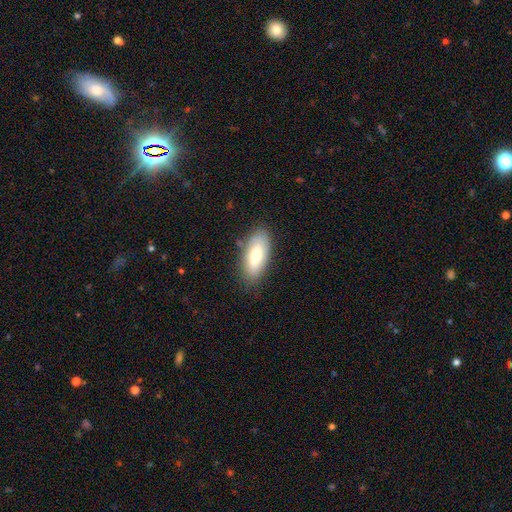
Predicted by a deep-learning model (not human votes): Q: Smooth or featured?
A: smooth (72%); runner-up: featured or disk (21%)
Q: How rounded?
A: in between (85%); runner-up: cigar-shaped (13%)
Q: Merging?
A: none (81%); runner-up: minor disturbance (14%)